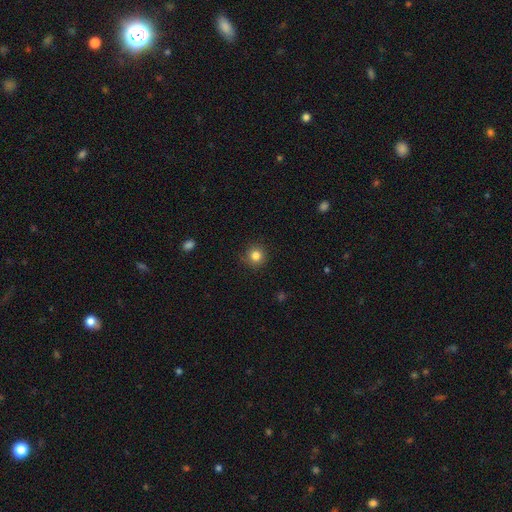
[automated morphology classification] Smooth or featured? Predicted: smooth (p=0.83). How rounded? Predicted: round (p=0.94). Merging? Predicted: none (p=0.87).